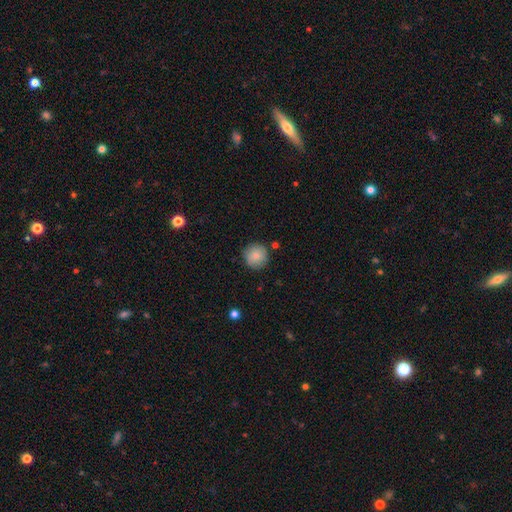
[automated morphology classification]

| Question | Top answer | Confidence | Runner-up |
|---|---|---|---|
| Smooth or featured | smooth | 82% | featured or disk (10%) |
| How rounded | round | 95% | in between (4%) |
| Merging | none | 86% | minor disturbance (9%) |